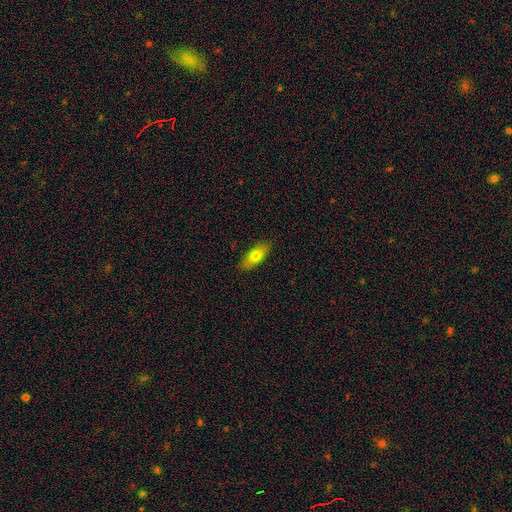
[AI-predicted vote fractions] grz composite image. It shows a smooth galaxy with no disk features (73%) that is in between round and cigar-shaped (77%). Merging: none (88%).